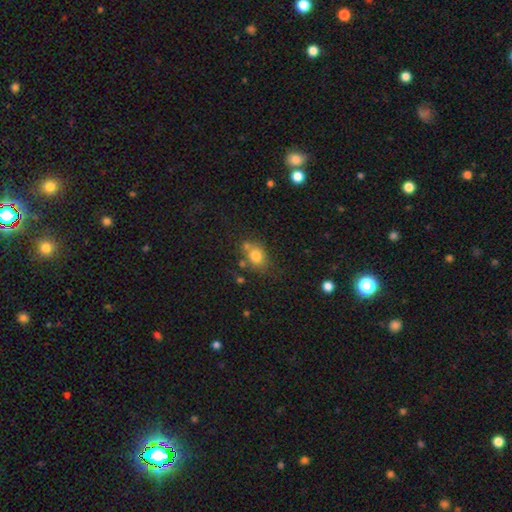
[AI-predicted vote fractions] The model was most divided on "how rounded": in between: 58%, round: 41%, cigar-shaped: 1%. More confident: smooth or featured — smooth (78%); merging — none (58%).